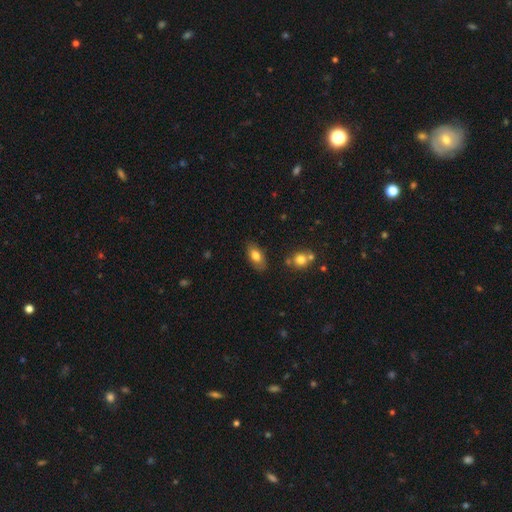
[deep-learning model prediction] smooth-or-featured: smooth: 76% | featured or disk: 16% | star or artifact: 7%
  how-rounded: in between: 91% | round: 6% | cigar-shaped: 3%
  merging: none: 81% | minor disturbance: 14% | major disturbance: 3% | merger: 2%